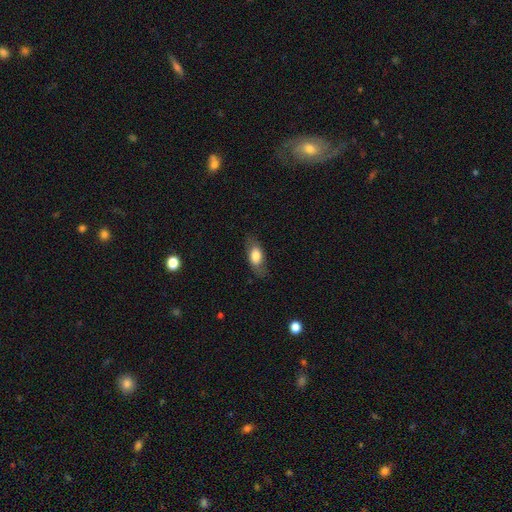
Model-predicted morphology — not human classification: Smooth or featured? Predicted: smooth (p=0.73). How rounded? Predicted: in between (p=0.85). Merging? Predicted: none (p=0.76).